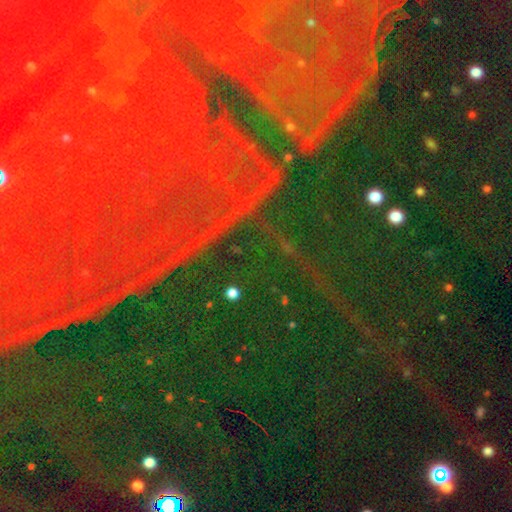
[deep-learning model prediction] Smooth or featured?
  - star or artifact: 87% *
  - featured or disk: 7%
  - smooth: 6%